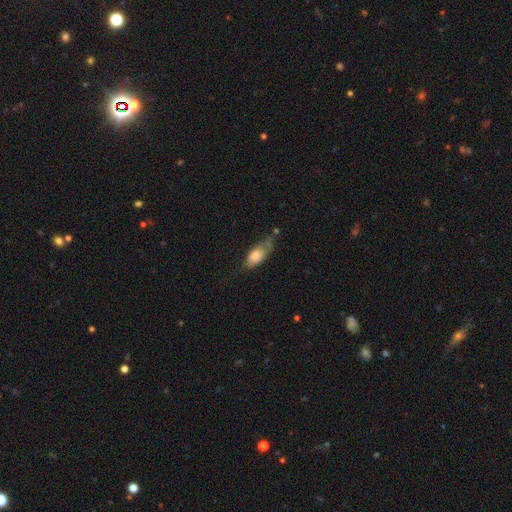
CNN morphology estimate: The model was most divided on "merging": none: 37%, minor disturbance: 35%, major disturbance: 18%, merger: 11%. More confident: how rounded — in between (84%); smooth or featured — smooth (75%).